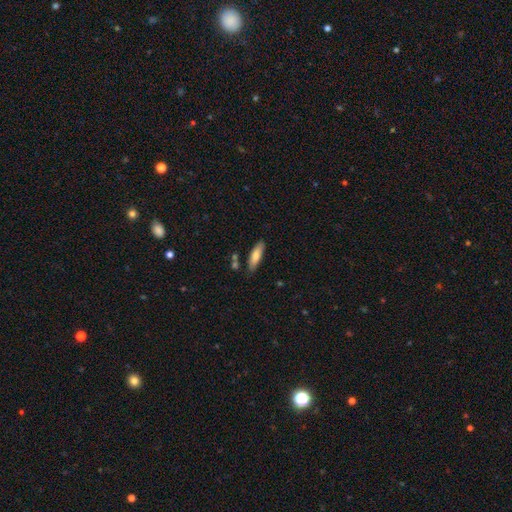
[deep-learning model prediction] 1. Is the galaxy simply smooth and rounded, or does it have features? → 79% smooth, 15% featured or disk, 6% star or artifact.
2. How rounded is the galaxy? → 55% cigar-shaped, 44% in between, 2% round.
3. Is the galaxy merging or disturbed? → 78% none, 14% minor disturbance, 5% merger, 3% major disturbance.